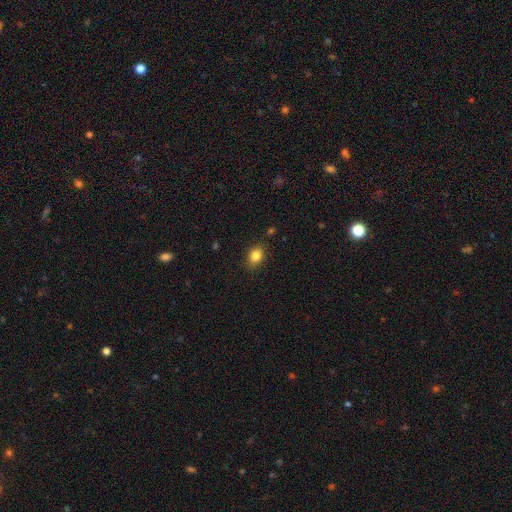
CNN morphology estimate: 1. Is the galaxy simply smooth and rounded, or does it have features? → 84% smooth, 10% star or artifact, 6% featured or disk.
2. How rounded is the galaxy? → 57% in between, 42% round, 1% cigar-shaped.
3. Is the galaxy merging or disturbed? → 84% none, 12% minor disturbance, 3% major disturbance, 1% merger.